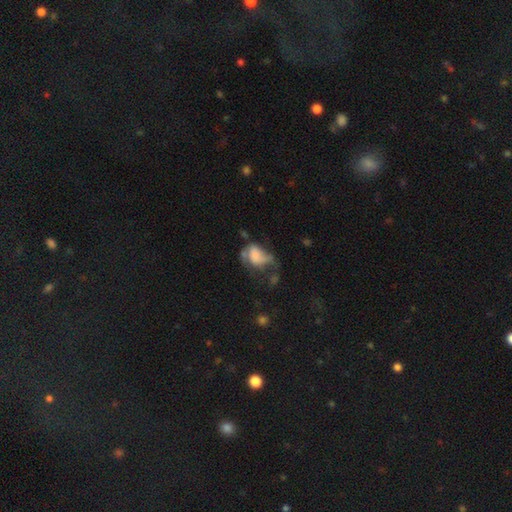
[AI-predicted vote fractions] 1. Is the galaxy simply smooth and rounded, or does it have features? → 54% smooth, 37% featured or disk, 10% star or artifact.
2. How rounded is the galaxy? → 77% in between, 22% round, 2% cigar-shaped.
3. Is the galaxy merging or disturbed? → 47% major disturbance, 22% minor disturbance, 19% none, 12% merger.